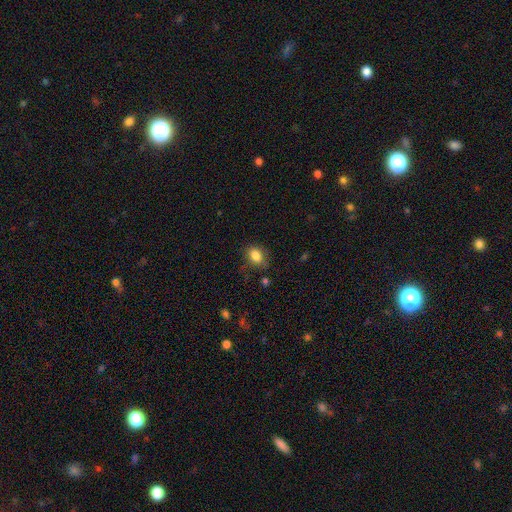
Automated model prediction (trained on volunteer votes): smooth_or_featured: smooth (p=0.84) [alt: star or artifact p=0.10]
how_rounded: in between (p=0.64) [alt: round p=0.35]
merging: none (p=0.71) [alt: minor disturbance p=0.21]